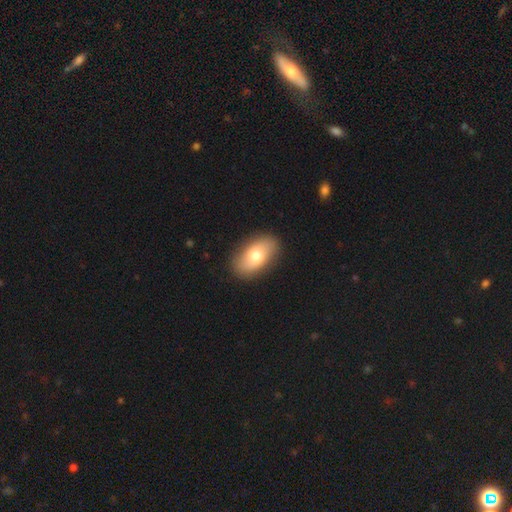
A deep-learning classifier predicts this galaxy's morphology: This appears to be a smooth galaxy with no disk features (67%) that is in between round and cigar-shaped (92%). Merging: none (88%).